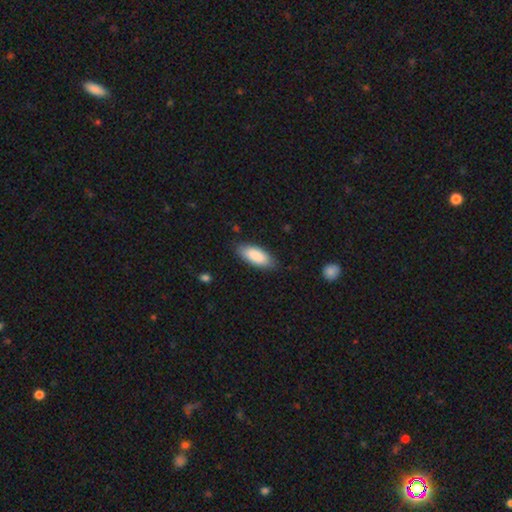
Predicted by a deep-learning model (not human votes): smooth-or-featured: smooth: 87% | featured or disk: 7% | star or artifact: 6%
  how-rounded: in between: 82% | cigar-shaped: 17% | round: 2%
  merging: none: 83% | minor disturbance: 13% | major disturbance: 3% | merger: 1%